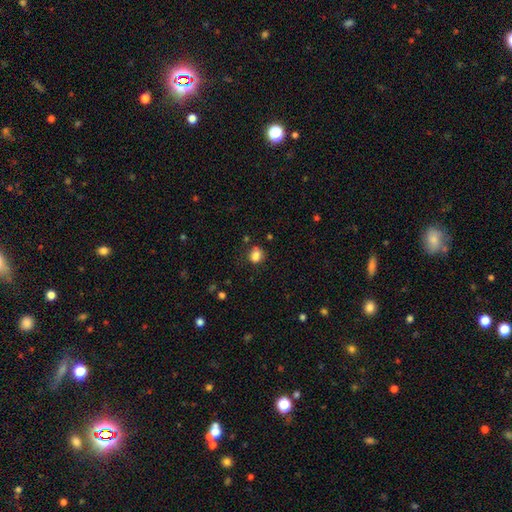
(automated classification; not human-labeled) The model was most divided on "how rounded": round: 54%, in between: 45%, cigar-shaped: 1%. More confident: smooth or featured — smooth (83%); merging — none (65%).